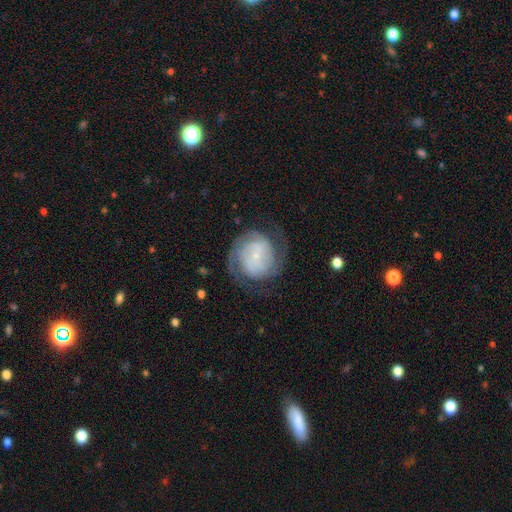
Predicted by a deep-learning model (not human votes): A featured or disk galaxy (76%) with no bar (58%), 2 (52%) tight (55%) spiral arms (93%) and a small central bulge (78%).

Vote fractions:
- Smooth or featured? featured or disk: 76% / smooth: 17% / star or artifact: 7%
- Edge-on disk? no: 98% / yes: 2%
- Bar? no: 58% / weak: 32% / strong: 10%
- Spiral arms? yes: 93% / no: 7%
- Spiral winding? tight: 55% / medium: 35% / loose: 11%
- Spiral arm count? 2: 52% / can't tell: 23% / 3: 12% / 4: 4% / 1: 4% / more than 4: 4%
- Bulge size? small: 78% / moderate: 10% / none: 8% / large: 2% / dominant: 2%
- Merging? none: 71% / minor disturbance: 15% / major disturbance: 12% / merger: 1%